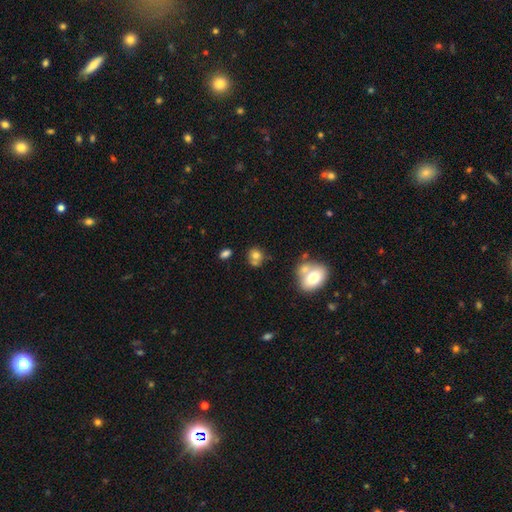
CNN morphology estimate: This is likely a smooth galaxy (74%). How rounded: likely round (72%). Merging: possibly none (51%).